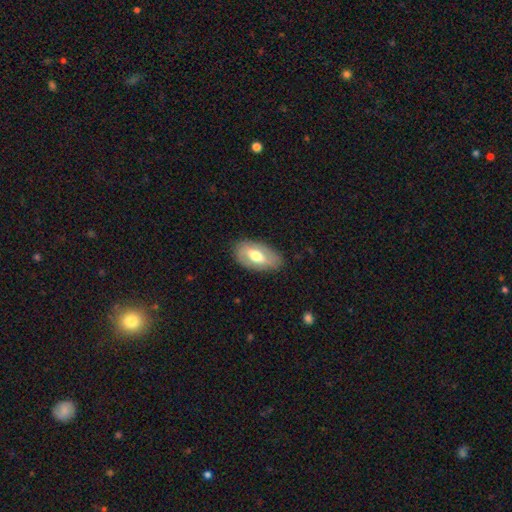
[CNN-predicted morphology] featured or disk 48%, smooth 46%, star or artifact 6%. Down the decision tree: merging — none (80%).